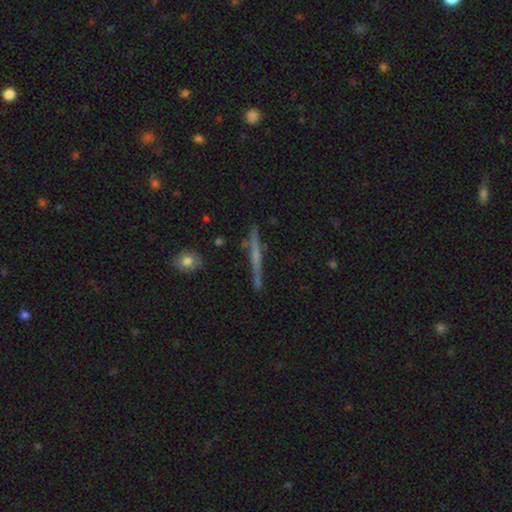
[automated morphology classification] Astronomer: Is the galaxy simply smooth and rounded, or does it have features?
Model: featured or disk — 63%.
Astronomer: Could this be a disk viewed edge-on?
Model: yes — 97%.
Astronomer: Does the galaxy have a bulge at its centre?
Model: none — 63%.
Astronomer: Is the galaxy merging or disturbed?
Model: none — 87%.